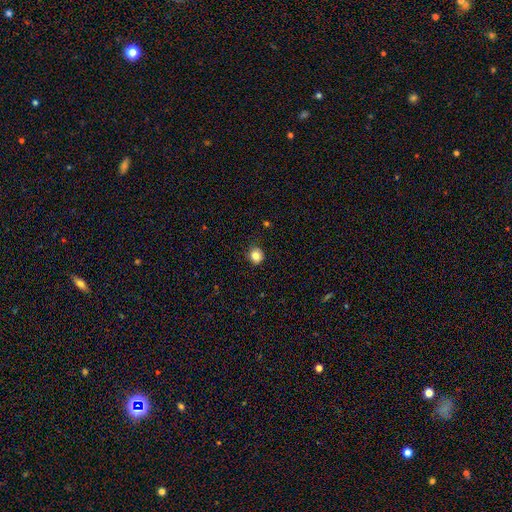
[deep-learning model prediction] Morphology: type=smooth (84%); roundness=round (83%); merging=none (83%).